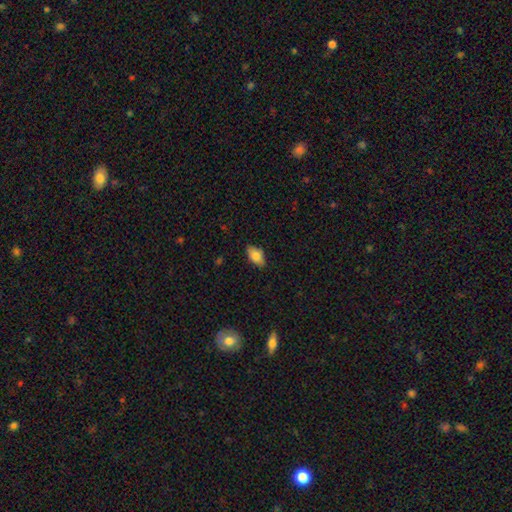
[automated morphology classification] smooth 81%, featured or disk 11%, star or artifact 8%. Down the decision tree: how rounded — in between (92%); merging — none (83%).